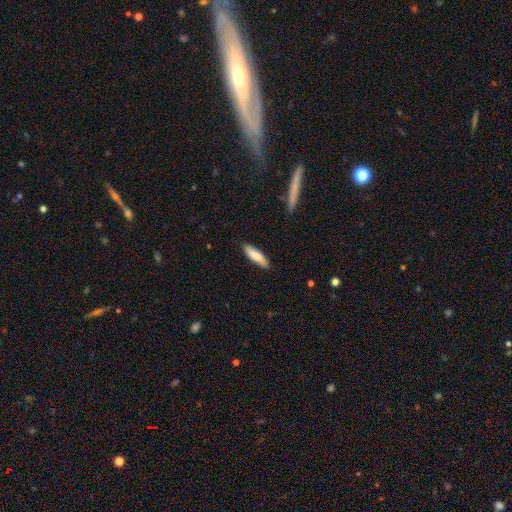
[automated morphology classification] Smooth or featured?
  - smooth: 81% *
  - featured or disk: 14%
  - star or artifact: 5%
How rounded?
  - cigar-shaped: 69% *
  - in between: 30%
  - round: 1%
Merging?
  - none: 87% *
  - minor disturbance: 10%
  - major disturbance: 2%
  - merger: 1%